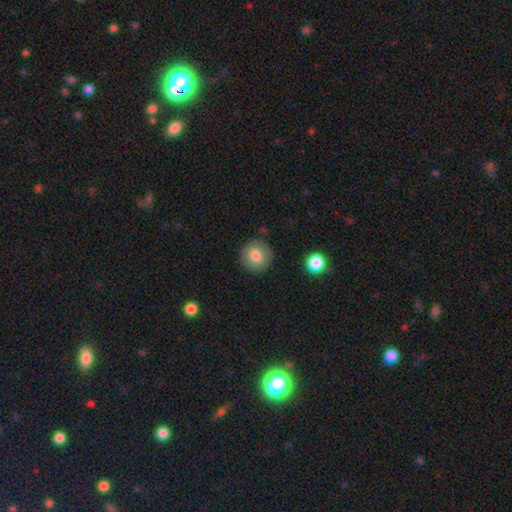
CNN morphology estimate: A smooth galaxy with no disk features (76%) that is round (91%).

Vote fractions:
- Smooth or featured? smooth: 76% / featured or disk: 15% / star or artifact: 8%
- How rounded? round: 91% / in between: 8% / cigar-shaped: 1%
- Merging? none: 86% / minor disturbance: 9% / major disturbance: 3% / merger: 2%